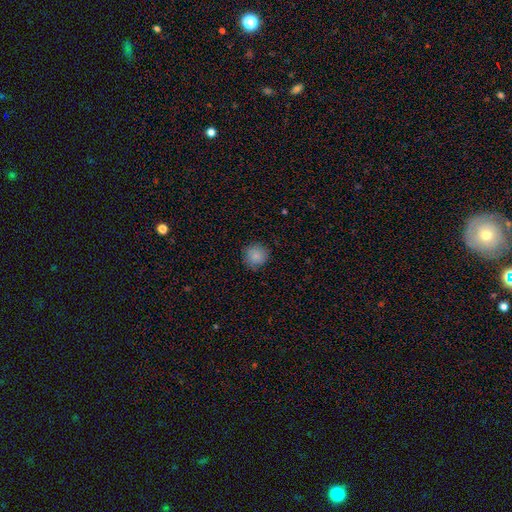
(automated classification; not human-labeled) A smooth galaxy with no disk features (87%) that is round (93%).

Vote fractions:
- Smooth or featured? smooth: 87% / star or artifact: 8% / featured or disk: 5%
- How rounded? round: 93% / in between: 6% / cigar-shaped: 1%
- Merging? none: 86% / minor disturbance: 11% / major disturbance: 3% / merger: 1%